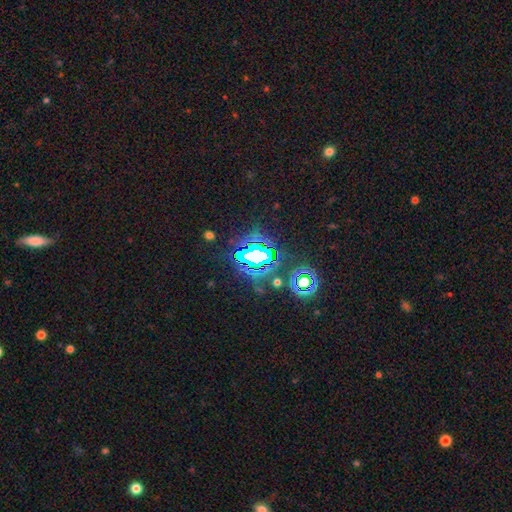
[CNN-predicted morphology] Smooth or featured?
  - star or artifact: 68% *
  - smooth: 17%
  - featured or disk: 14%